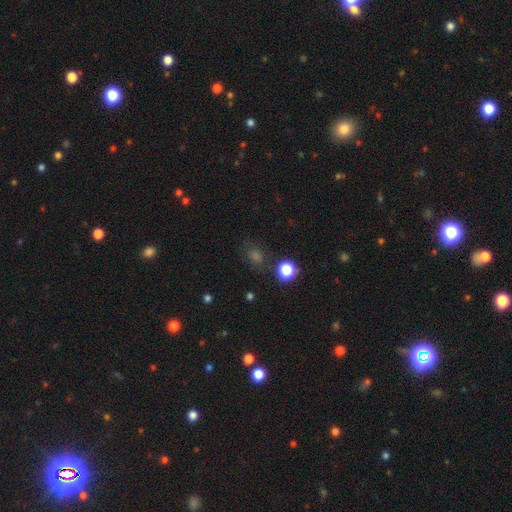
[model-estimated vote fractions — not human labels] smooth 53%, star or artifact 37%, featured or disk 10%. Down the decision tree: how rounded — round (63%); merging — none (75%).